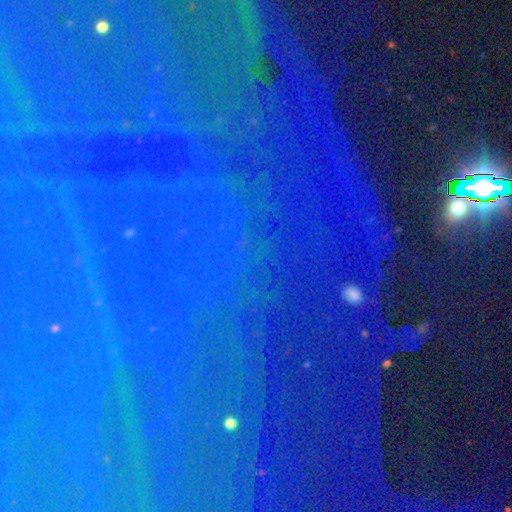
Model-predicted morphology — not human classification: Q: Smooth or featured?
A: star or artifact (80%); runner-up: smooth (10%)